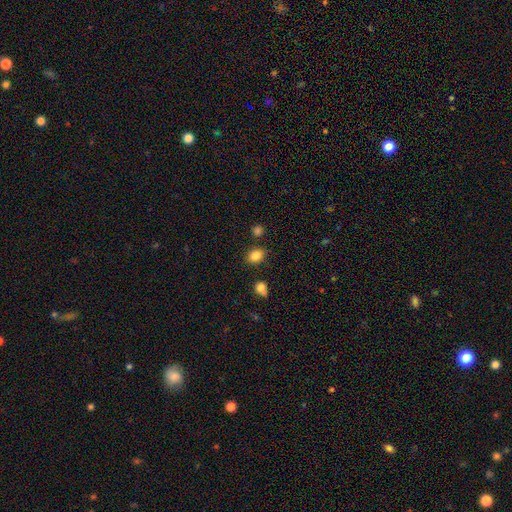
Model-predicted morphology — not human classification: type=smooth (84%); roundness=in between (59%); merging=none (79%).